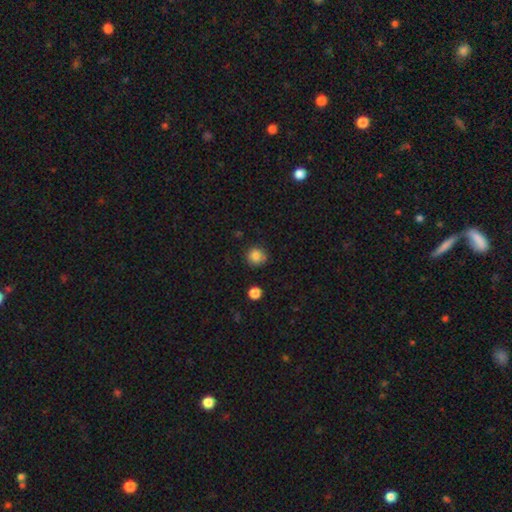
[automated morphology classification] The model was most divided on "merging": none: 84%, minor disturbance: 11%, major disturbance: 3%, merger: 2%. More confident: how rounded — round (91%); smooth or featured — smooth (86%).